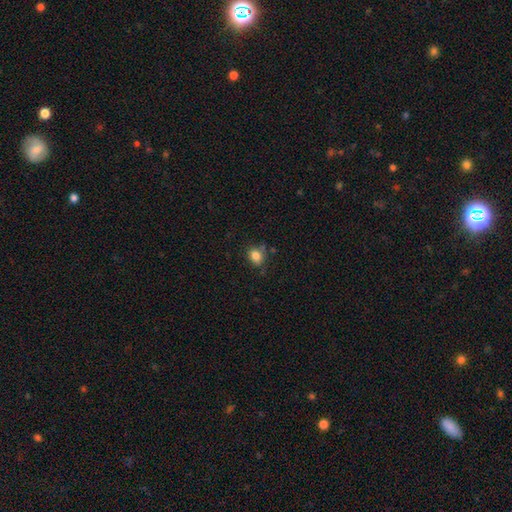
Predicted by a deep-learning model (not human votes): A smooth galaxy with no disk features (82%) that is round (54%). Merging: none (70%).